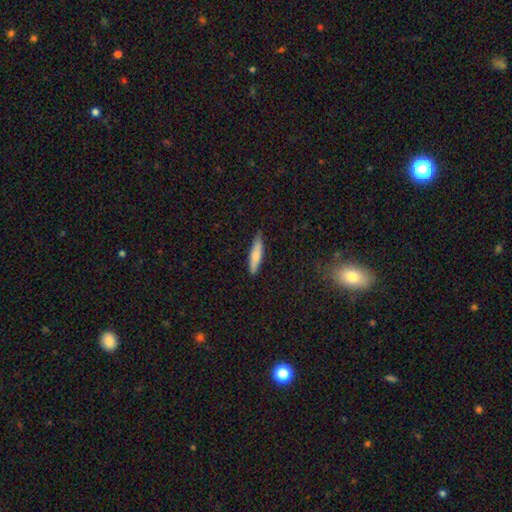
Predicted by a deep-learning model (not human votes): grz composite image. It shows a smooth galaxy with no disk features (78%) that is cigar-shaped (83%). Merging: none (84%).